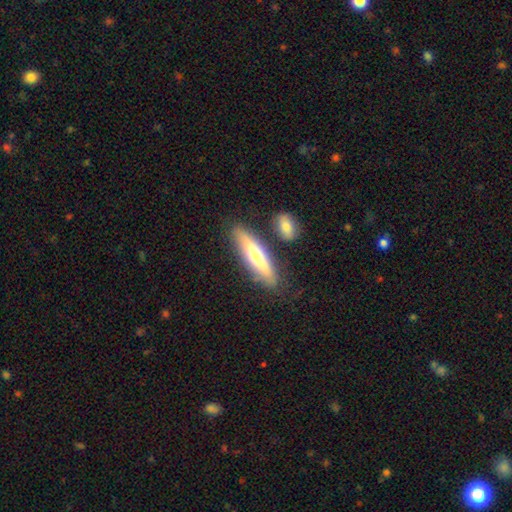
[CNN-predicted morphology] type=smooth (57%); roundness=cigar-shaped (78%); merging=none (78%).